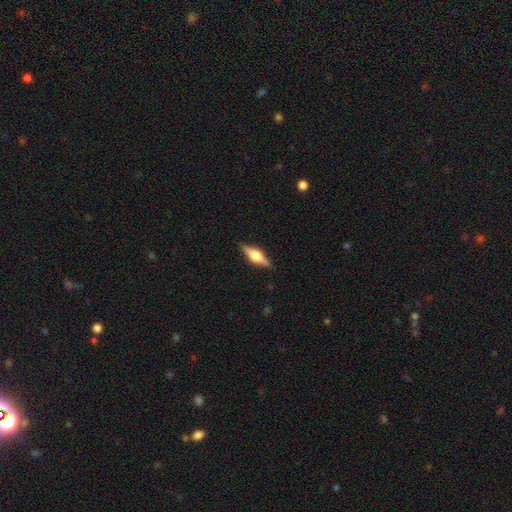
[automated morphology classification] smooth-or-featured: featured or disk: 70% | smooth: 23% | star or artifact: 6%
  disk-edge-on: yes: 97% | no: 3%
    edge-on-bulge: rounded: 91% | boxy: 7% | none: 1%
  merging: none: 89% | minor disturbance: 8% | major disturbance: 2% | merger: 1%